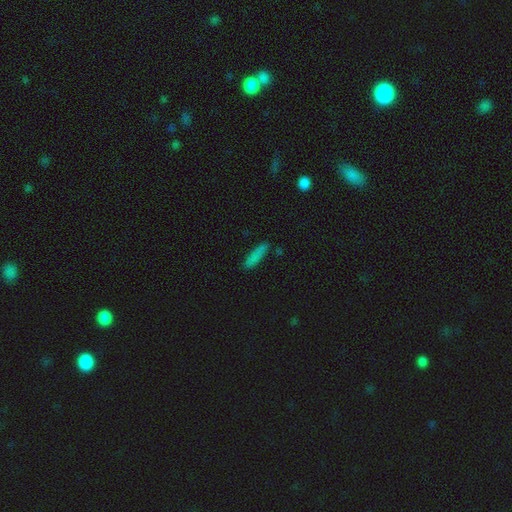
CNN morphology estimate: Q: Smooth or featured?
A: smooth (82%); runner-up: star or artifact (9%)
Q: How rounded?
A: cigar-shaped (81%); runner-up: in between (17%)
Q: Merging?
A: none (84%); runner-up: minor disturbance (11%)